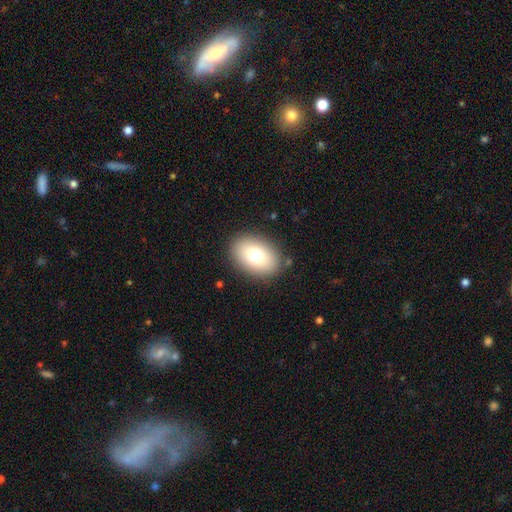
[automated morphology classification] This is likely a smooth galaxy (76%). How rounded: clearly in between (83%). Merging: clearly none (87%).